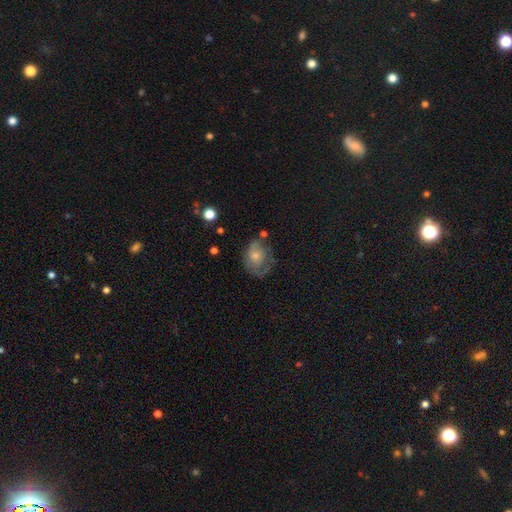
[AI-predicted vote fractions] Smooth or featured: smooth — 57% (featured or disk — 35%)
How rounded: in between — 63% (round — 35%)
Merging: none — 41% (minor disturbance — 31%)